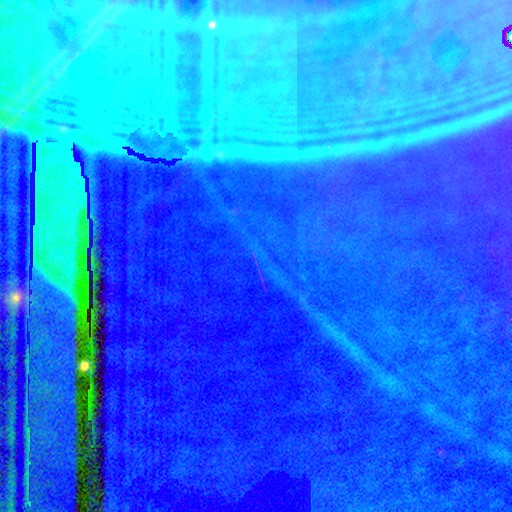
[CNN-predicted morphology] smooth-or-featured: star or artifact: 87% | featured or disk: 7% | smooth: 6%